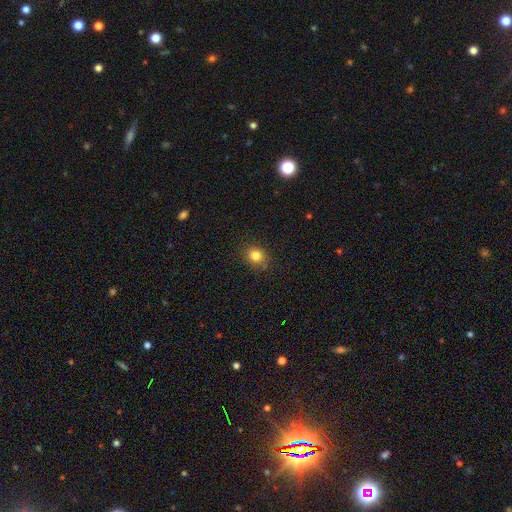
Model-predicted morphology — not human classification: Smooth or featured? smooth (83%)
How rounded? round (68%)
Merging? none (84%)